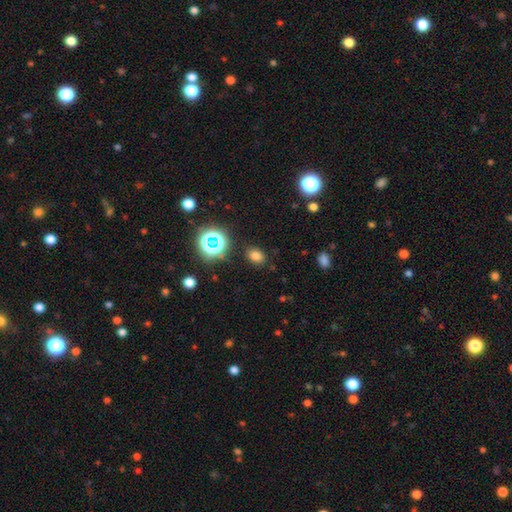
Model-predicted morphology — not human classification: smooth 72%, star or artifact 22%, featured or disk 6%. Down the decision tree: how rounded — in between (58%); merging — none (85%).